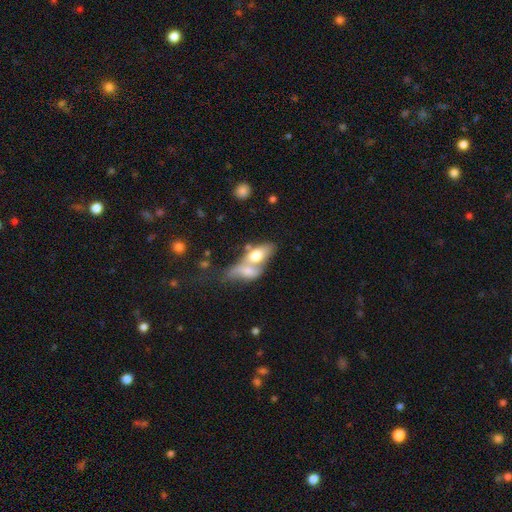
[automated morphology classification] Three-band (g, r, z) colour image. It shows a smooth galaxy with no disk features (64%) that is in between round and cigar-shaped (83%). Merging: merger (73%).